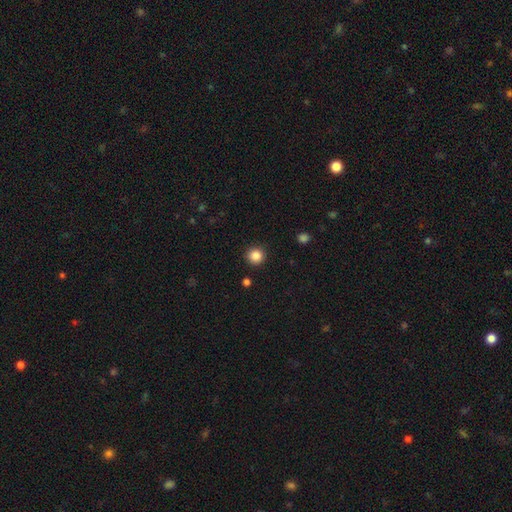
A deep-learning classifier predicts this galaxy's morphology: smooth 86%, star or artifact 11%, featured or disk 3%. Down the decision tree: how rounded — round (94%); merging — none (91%).